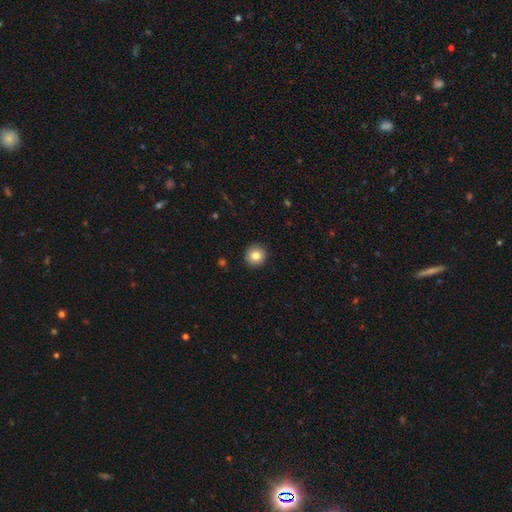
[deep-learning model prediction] Q: Smooth or featured?
A: smooth (81%); runner-up: star or artifact (9%)
Q: How rounded?
A: round (95%); runner-up: in between (4%)
Q: Merging?
A: none (93%); runner-up: minor disturbance (5%)